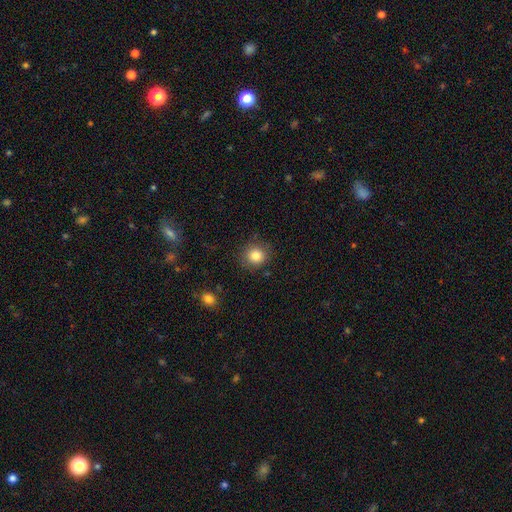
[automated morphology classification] This is clearly a smooth galaxy (82%). How rounded: clearly round (88%). Merging: clearly none (86%).